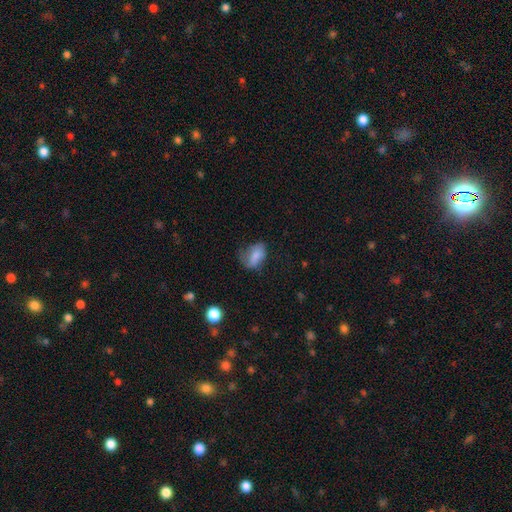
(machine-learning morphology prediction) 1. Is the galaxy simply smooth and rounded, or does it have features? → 70% smooth, 21% featured or disk, 9% star or artifact.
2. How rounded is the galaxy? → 82% in between, 15% round, 2% cigar-shaped.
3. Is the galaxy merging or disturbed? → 40% none, 34% minor disturbance, 24% major disturbance, 2% merger.